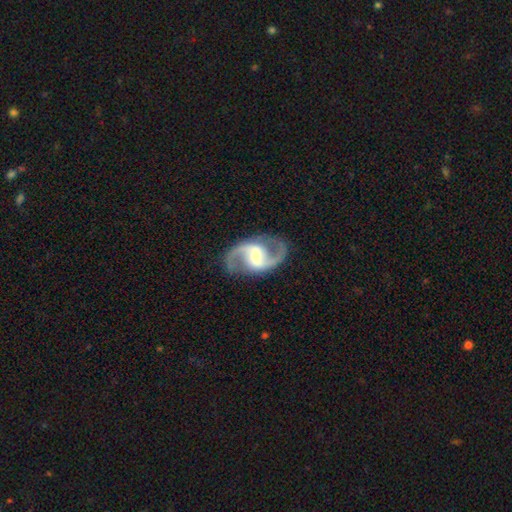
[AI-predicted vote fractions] This appears to be a featured or disk galaxy (92%) with a weak bar (46%), 2 (95%) medium (53%) spiral arms (98%) and a moderate central bulge (42%). Merging: none (85%).